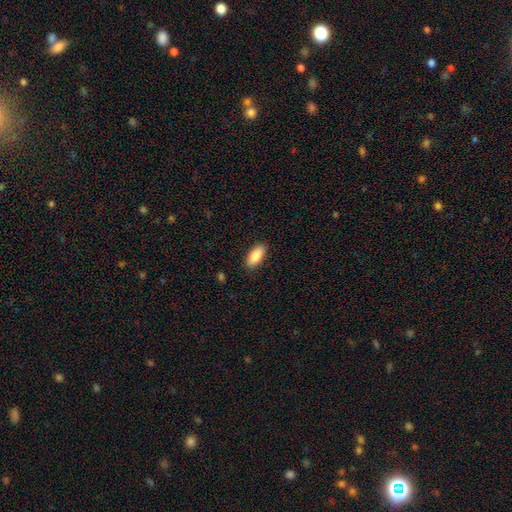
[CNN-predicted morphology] Overall: smooth (88%). How rounded: in between (86%). Merging: none (89%).